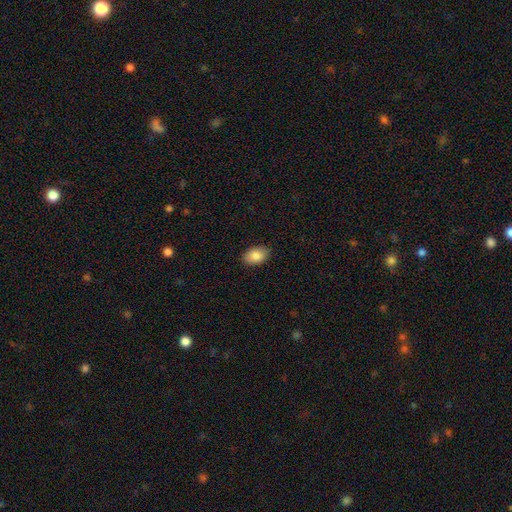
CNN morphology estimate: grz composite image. It shows a smooth galaxy with no disk features (86%) that is in between round and cigar-shaped (89%). Merging: none (86%).